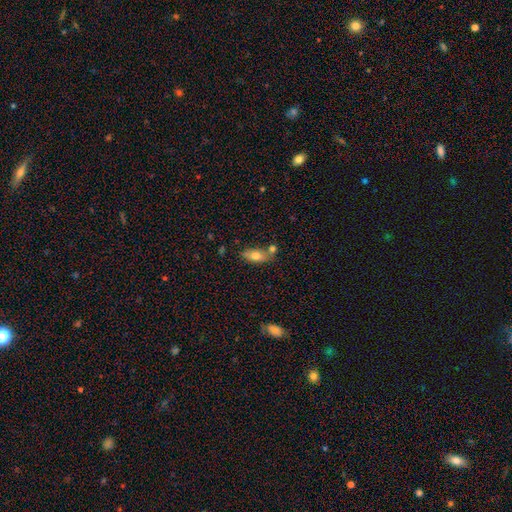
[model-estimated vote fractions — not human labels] Overall: smooth (72%). How rounded: in between (82%). Merging: none (58%; merger 22%).